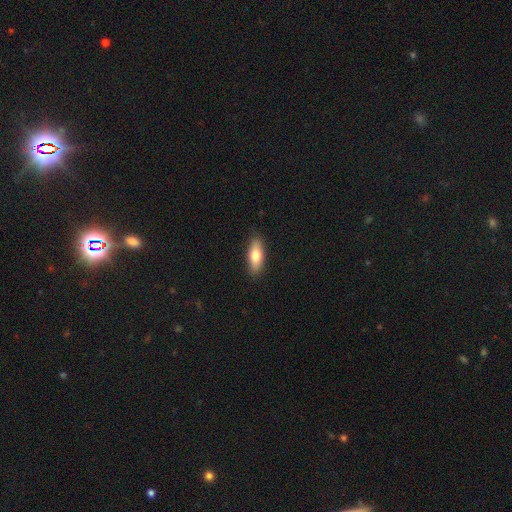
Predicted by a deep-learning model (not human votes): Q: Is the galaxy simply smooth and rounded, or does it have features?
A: smooth — 73%.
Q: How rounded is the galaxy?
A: in between — 71%.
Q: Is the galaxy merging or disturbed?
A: none — 89%.